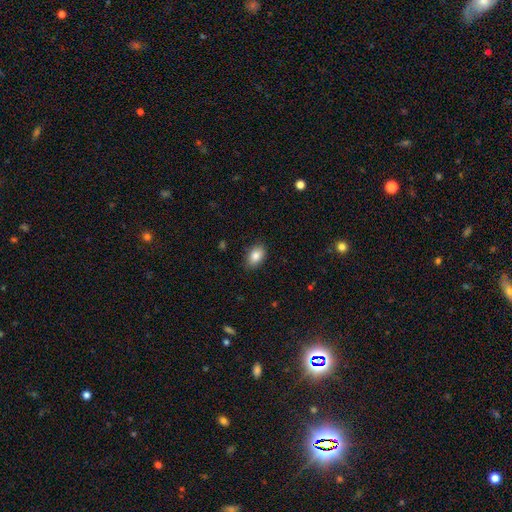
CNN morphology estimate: A smooth galaxy with no disk features (85%) that is in between round and cigar-shaped (87%).

Vote fractions:
- Smooth or featured? smooth: 85% / star or artifact: 8% / featured or disk: 8%
- How rounded? in between: 87% / round: 12% / cigar-shaped: 1%
- Merging? none: 86% / minor disturbance: 11% / major disturbance: 2% / merger: 1%